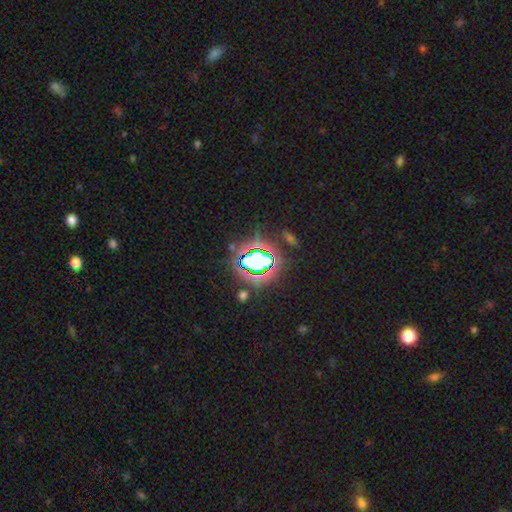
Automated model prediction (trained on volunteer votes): Q: Smooth or featured?
A: star or artifact (69%); runner-up: smooth (20%)